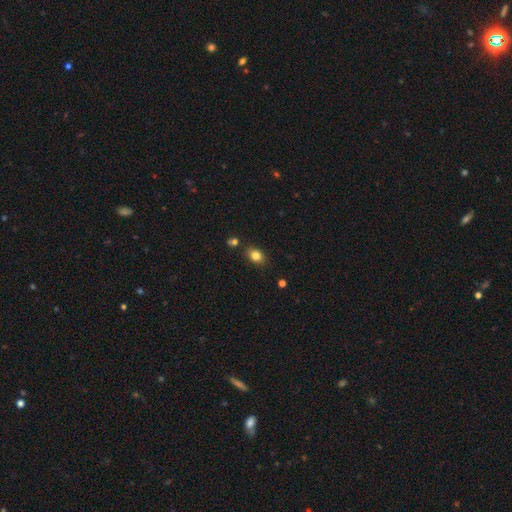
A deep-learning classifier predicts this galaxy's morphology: Smooth or featured? Predicted: smooth (p=0.81). How rounded? Predicted: in between (p=0.69). Merging? Predicted: none (p=0.80).